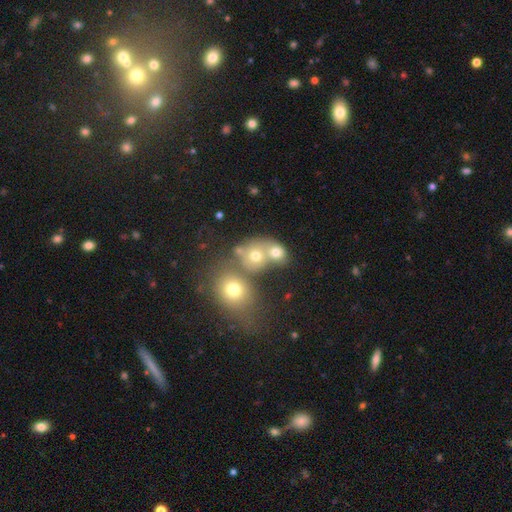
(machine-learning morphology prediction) A smooth galaxy with no disk features (60%) that is round (69%).

Vote fractions:
- Smooth or featured? smooth: 60% / featured or disk: 21% / star or artifact: 19%
- How rounded? round: 69% / in between: 30% / cigar-shaped: 1%
- Merging? merger: 51% / none: 34% / minor disturbance: 9% / major disturbance: 6%